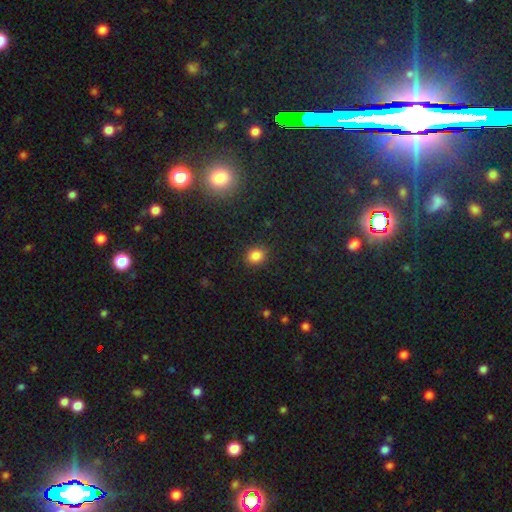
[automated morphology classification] A smooth galaxy with no disk features (84%) that is round (63%). Merging: none (88%).